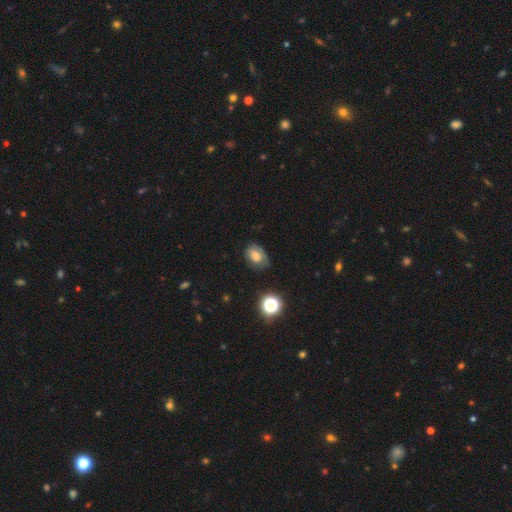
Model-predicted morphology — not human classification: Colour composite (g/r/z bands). It shows a smooth galaxy with no disk features (66%) that is in between round and cigar-shaped (72%). Merging: none (59%).